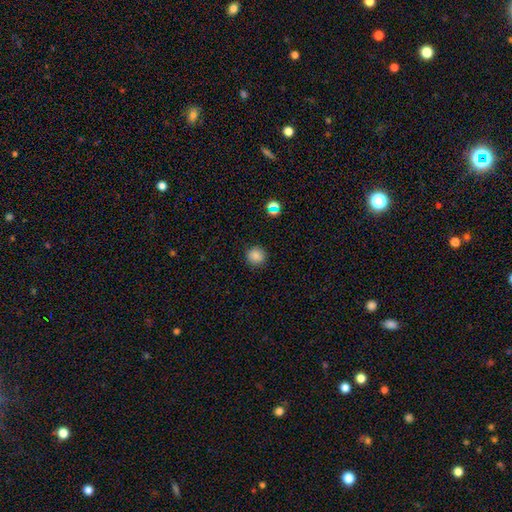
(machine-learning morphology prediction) smooth 82%, star or artifact 13%, featured or disk 5%. Down the decision tree: how rounded — round (92%); merging — none (89%).